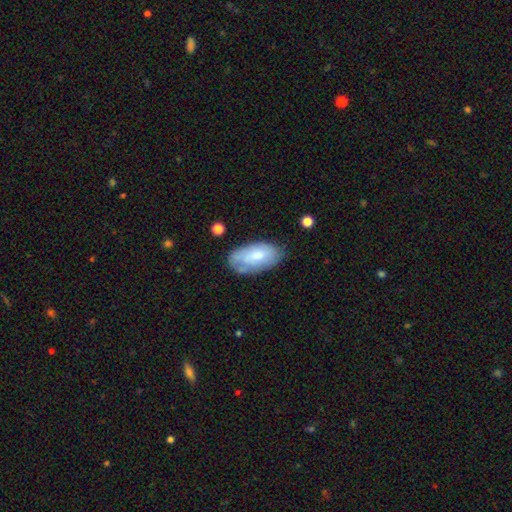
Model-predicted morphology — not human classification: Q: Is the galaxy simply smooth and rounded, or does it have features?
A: smooth — 65%.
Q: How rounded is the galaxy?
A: in between — 94%.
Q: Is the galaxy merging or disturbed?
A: none — 63%.